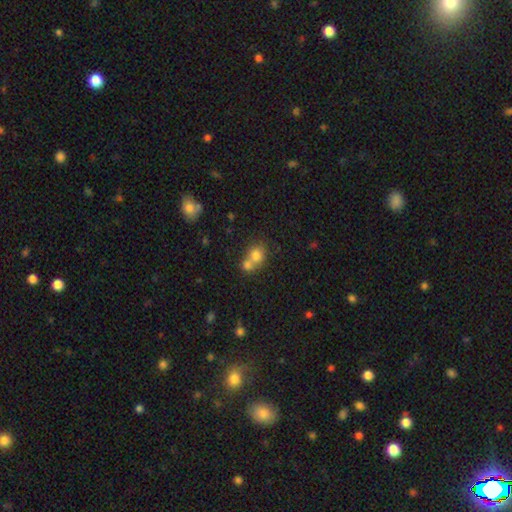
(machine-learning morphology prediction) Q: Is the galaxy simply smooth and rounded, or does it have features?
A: smooth — 75%.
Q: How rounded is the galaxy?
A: round — 72%.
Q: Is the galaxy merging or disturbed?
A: merger — 57%.